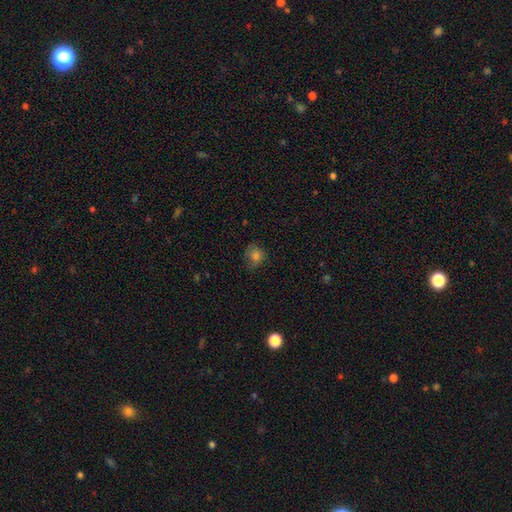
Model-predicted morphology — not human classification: type=smooth (75%); roundness=round (71%); merging=none (65%).